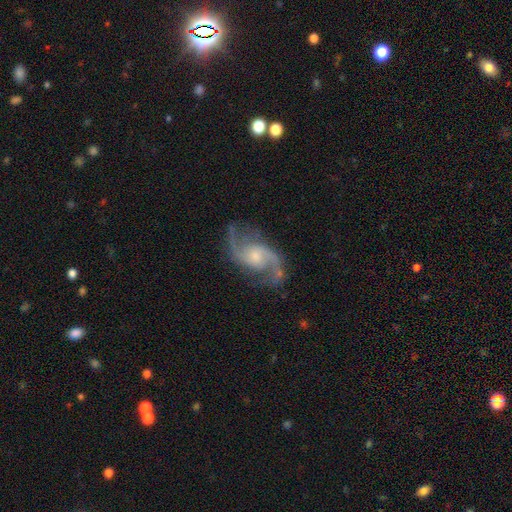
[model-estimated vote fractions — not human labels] This appears to be a featured or disk galaxy (91%) with no bar (56%), 2 (92%) loose (48%) spiral arms (98%) and a small central bulge (46%). Merging: none (76%).